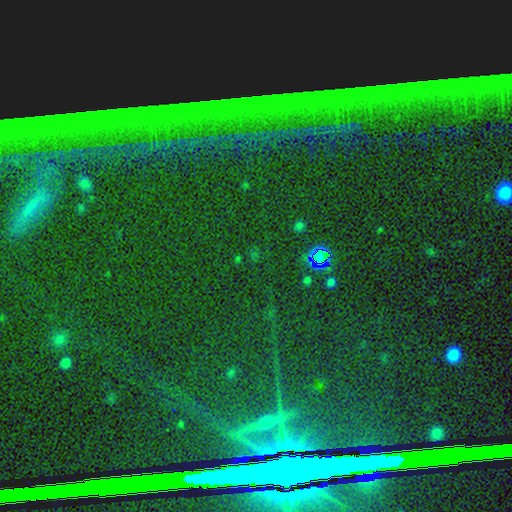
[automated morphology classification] type=star or artifact (80%).